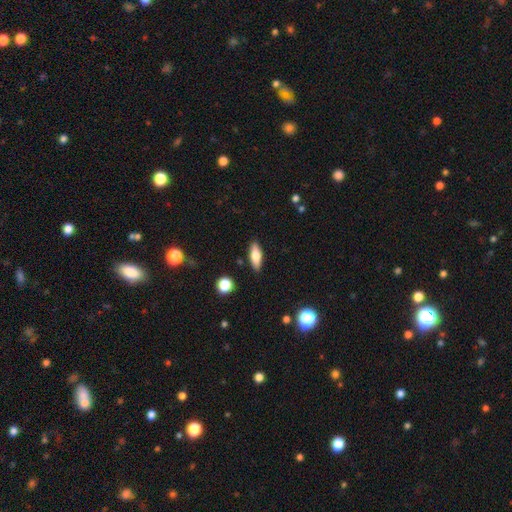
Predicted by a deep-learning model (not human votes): smooth 72%, featured or disk 21%, star or artifact 7%. Down the decision tree: how rounded — in between (66%); merging — none (87%).